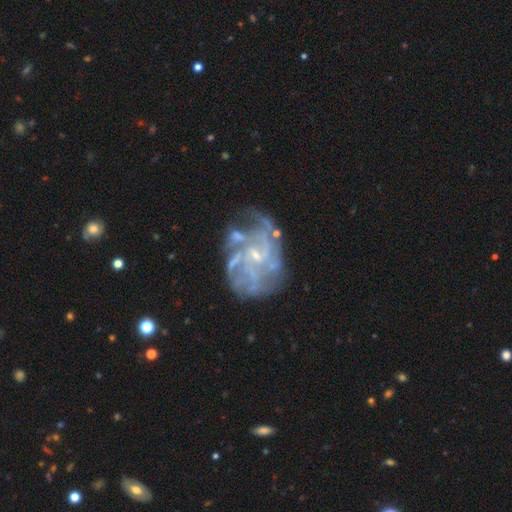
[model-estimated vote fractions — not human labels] This is clearly a featured or disk galaxy (85%). It is clearly not viewed edge-on (98%). Bar: possibly no (53%). Spiral arm pattern: clearly yes (88%). Spiral arm count: marginally can't tell (34%). Spiral winding: marginally medium (41%). Central bulge: likely small (73%). Merging: possibly none (52%).